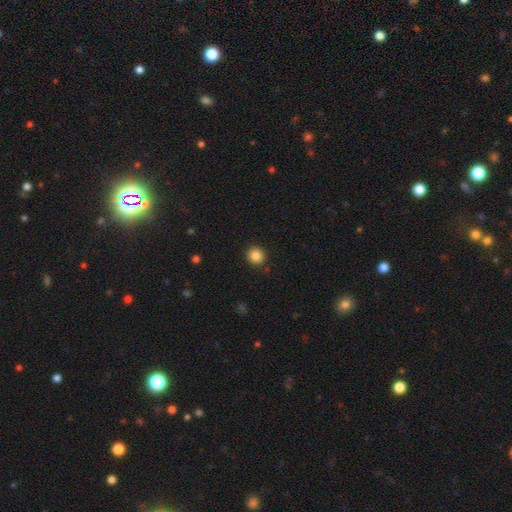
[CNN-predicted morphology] Smooth or featured?
  - smooth: 86% *
  - star or artifact: 10%
  - featured or disk: 4%
How rounded?
  - round: 91% *
  - in between: 8%
  - cigar-shaped: 1%
Merging?
  - none: 91% *
  - minor disturbance: 5%
  - major disturbance: 2%
  - merger: 1%